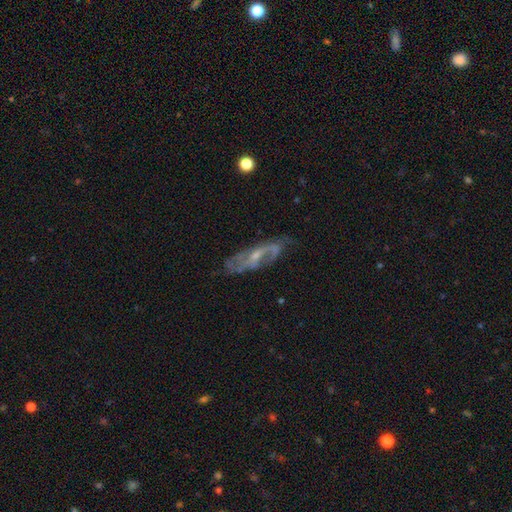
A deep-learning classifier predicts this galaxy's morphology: Smooth or featured: featured or disk — 78% (smooth — 15%)
Edge-on disk: no — 80% (yes — 20%)
Bar: no — 45% (weak — 41%)
Spiral arms: yes — 83% (no — 17%)
Spiral winding: medium — 43% (loose — 33%)
Spiral arm count: 2 — 60% (can't tell — 24%)
Bulge size: small — 62% (moderate — 32%)
Merging: none — 65% (minor disturbance — 22%)